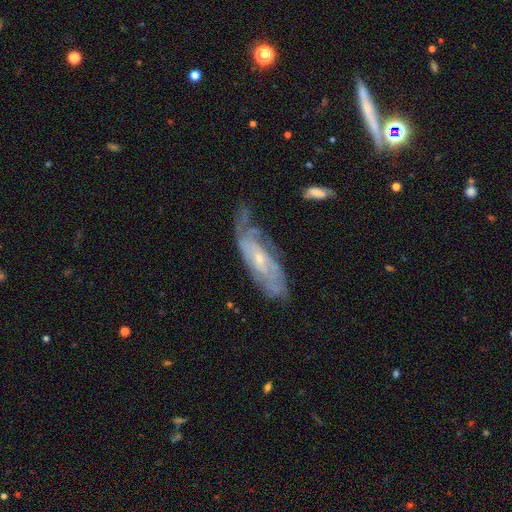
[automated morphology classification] smooth-or-featured: featured or disk: 71% | smooth: 18% | star or artifact: 11%
  disk-edge-on: no: 81% | yes: 19%
    bar: no: 61% | weak: 31% | strong: 8%
    has-spiral-arms: yes: 87% | no: 13%
      spiral-winding: tight: 55% | medium: 33% | loose: 12%
      spiral-arm-count: can't tell: 49% | 2: 27% | 3: 10% | 4: 5% | 1: 5% | more than 4: 4%
    bulge-size: small: 66% | moderate: 29% | none: 3% | large: 1% | dominant: 1%
  merging: none: 64% | minor disturbance: 25% | major disturbance: 9% | merger: 2%